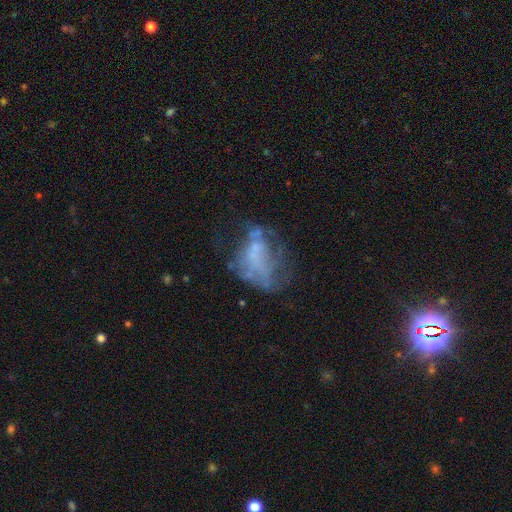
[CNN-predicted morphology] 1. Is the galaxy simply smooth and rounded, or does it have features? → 54% featured or disk, 30% smooth, 16% star or artifact.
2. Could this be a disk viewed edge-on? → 97% no, 3% yes.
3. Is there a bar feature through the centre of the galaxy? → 84% no, 12% weak, 4% strong.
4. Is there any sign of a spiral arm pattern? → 83% no, 17% yes.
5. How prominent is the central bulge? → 69% none, 17% small, 10% moderate, 3% large, 1% dominant.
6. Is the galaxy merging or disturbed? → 38% major disturbance, 33% none, 21% minor disturbance, 8% merger.